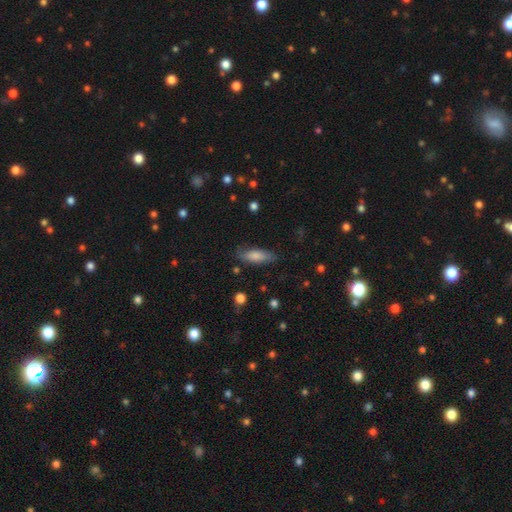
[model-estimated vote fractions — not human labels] This appears to be a smooth galaxy with no disk features (78%) that is in between round and cigar-shaped (67%). Merging: none (76%).